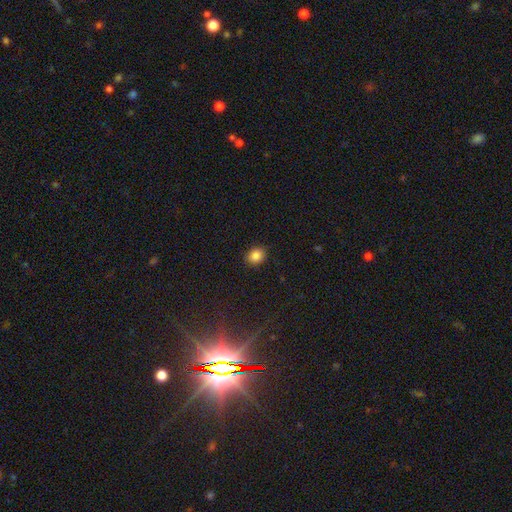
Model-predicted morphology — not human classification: smooth-or-featured: smooth: 86% | star or artifact: 10% | featured or disk: 4%
  how-rounded: round: 62% | in between: 37% | cigar-shaped: 1%
  merging: none: 88% | minor disturbance: 9% | major disturbance: 2% | merger: 1%